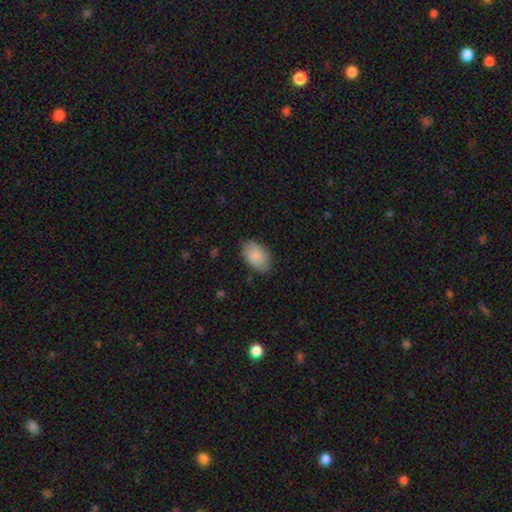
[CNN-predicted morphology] Smooth or featured? Predicted: smooth (p=0.84). How rounded? Predicted: in between (p=0.91). Merging? Predicted: none (p=0.79).